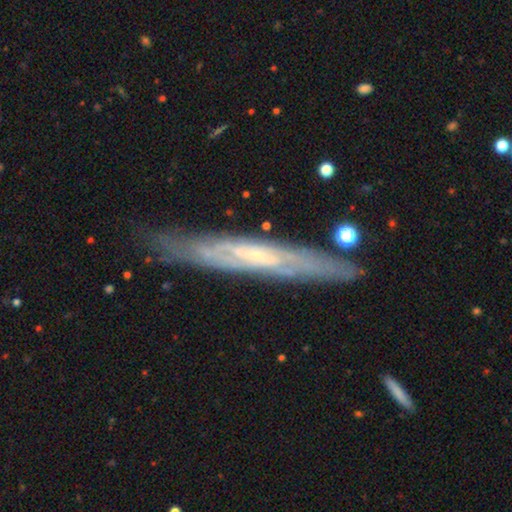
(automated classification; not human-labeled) The model was most divided on "edge-on disk": yes: 70%, no: 30%. More confident: merging — none (79%); smooth or featured — featured or disk (73%); edge-on bulge — none (72%).